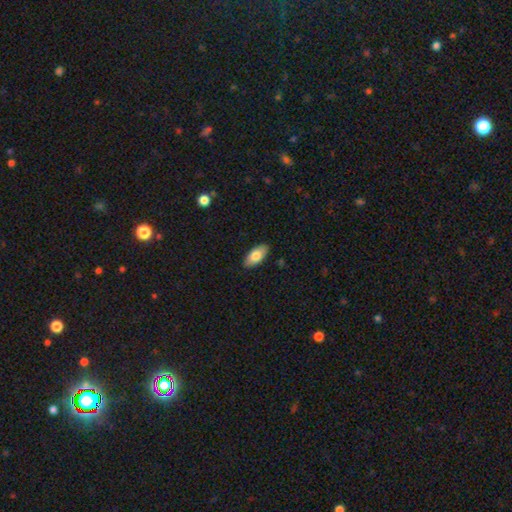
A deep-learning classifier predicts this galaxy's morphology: smooth 78%, featured or disk 16%, star or artifact 6%. Down the decision tree: how rounded — in between (91%); merging — none (87%).